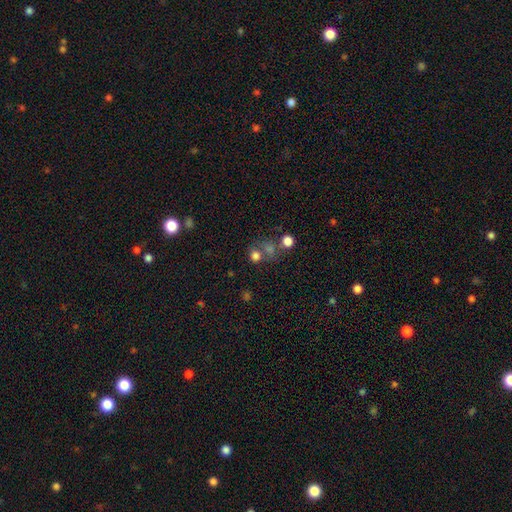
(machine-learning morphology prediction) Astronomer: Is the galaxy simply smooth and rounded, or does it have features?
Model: smooth — 70%.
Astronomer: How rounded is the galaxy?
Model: round — 78%.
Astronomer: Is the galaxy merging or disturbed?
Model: none — 52% (runner-up: merger, 30%).